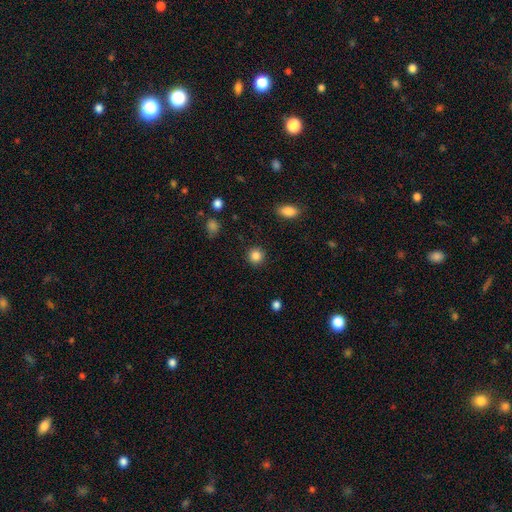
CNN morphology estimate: Smooth or featured?
  - smooth: 86% *
  - star or artifact: 10%
  - featured or disk: 4%
How rounded?
  - round: 92% *
  - in between: 7%
  - cigar-shaped: 1%
Merging?
  - none: 91% *
  - minor disturbance: 6%
  - major disturbance: 2%
  - merger: 1%